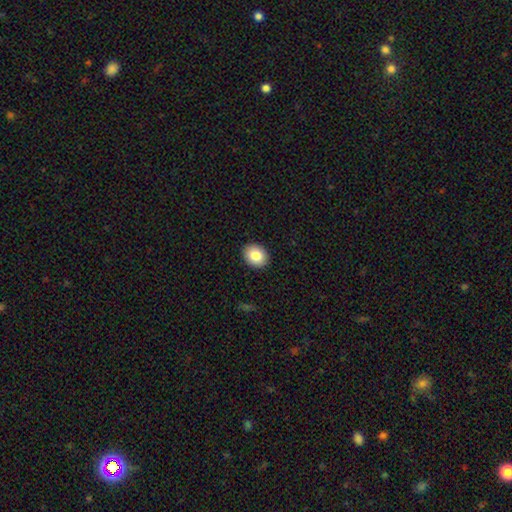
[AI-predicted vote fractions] The model was most divided on "how rounded": round: 51%, in between: 48%, cigar-shaped: 1%. More confident: merging — none (91%); smooth or featured — smooth (84%).